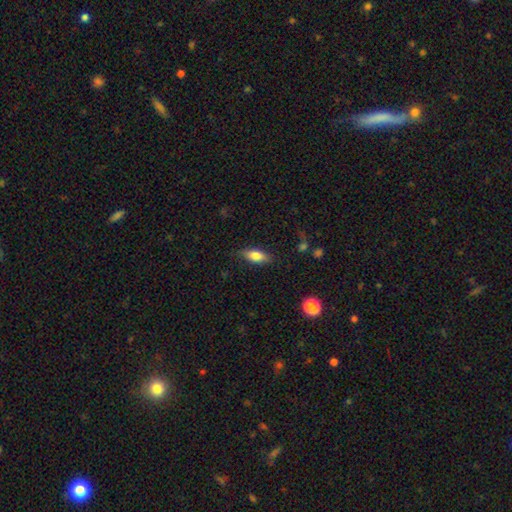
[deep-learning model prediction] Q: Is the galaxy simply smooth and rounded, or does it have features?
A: smooth — 77%.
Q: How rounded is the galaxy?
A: in between — 78%.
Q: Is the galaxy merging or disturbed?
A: none — 82%.